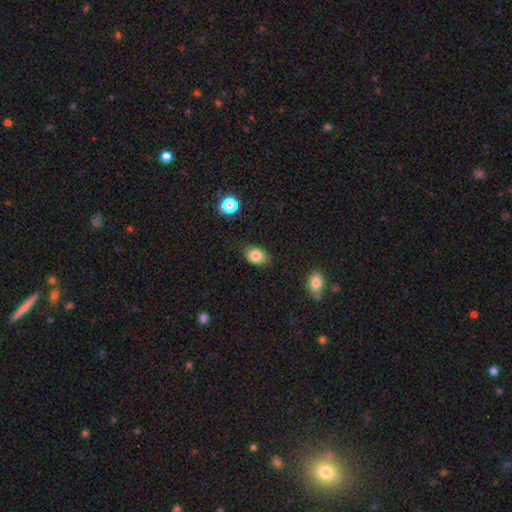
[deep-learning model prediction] This is clearly a smooth galaxy (84%). How rounded: likely in between (64%). Merging: clearly none (81%).